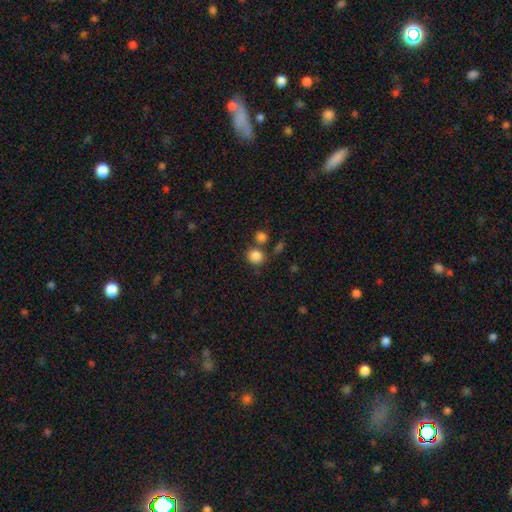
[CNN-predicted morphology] Overall: smooth (85%). How rounded: round (81%). Merging: none (68%).